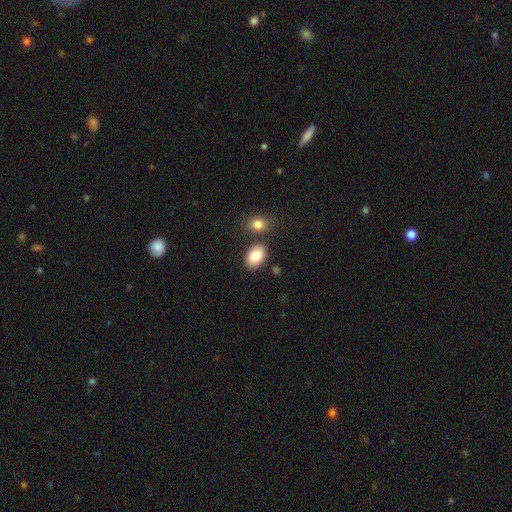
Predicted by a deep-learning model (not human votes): A smooth galaxy with no disk features (84%) that is in between round and cigar-shaped (87%). Merging: none (75%).